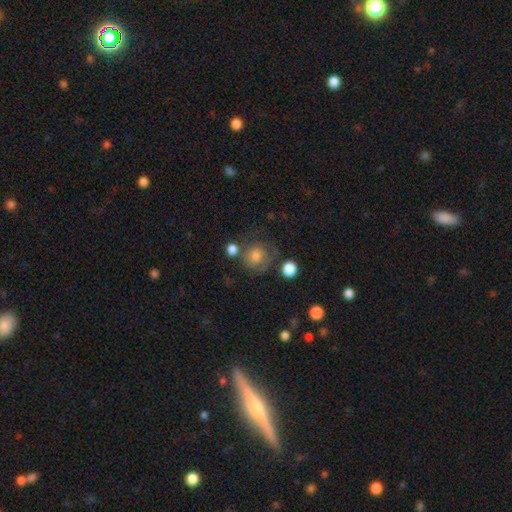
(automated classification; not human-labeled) Smooth or featured? smooth (57%)
How rounded? round (85%)
Merging? none (62%)